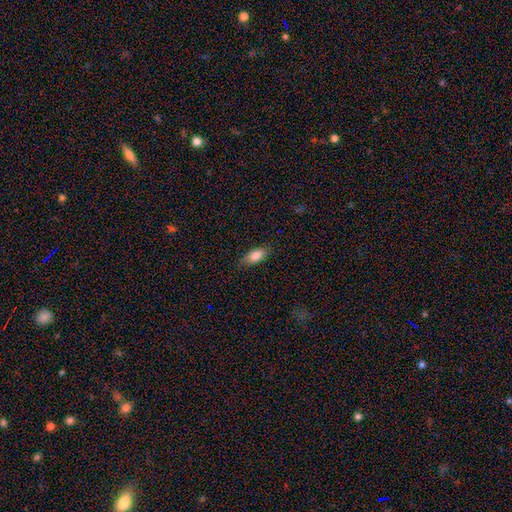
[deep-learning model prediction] Smooth or featured?
  - smooth: 83% *
  - featured or disk: 10%
  - star or artifact: 7%
How rounded?
  - in between: 85% *
  - cigar-shaped: 11%
  - round: 3%
Merging?
  - none: 81% *
  - minor disturbance: 15%
  - major disturbance: 3%
  - merger: 1%